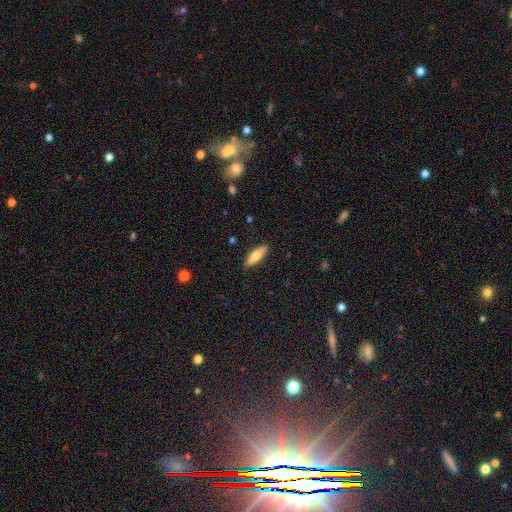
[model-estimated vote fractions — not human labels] smooth_or_featured: smooth (p=0.55) [alt: featured or disk p=0.38]
how_rounded: cigar-shaped (p=0.66) [alt: in between p=0.32]
merging: none (p=0.89) [alt: minor disturbance p=0.08]